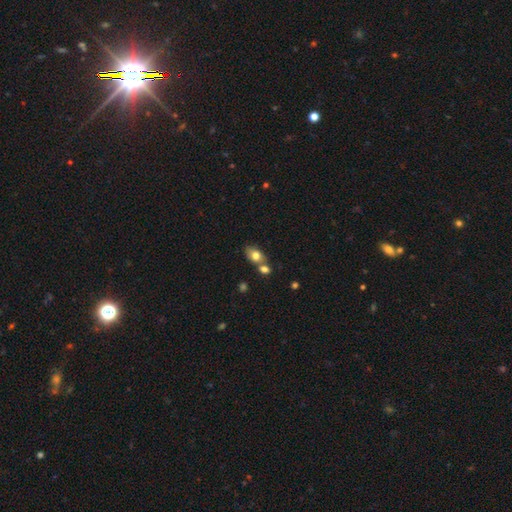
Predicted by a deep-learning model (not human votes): Morphology: type=smooth (77%); roundness=in between (79%); merging=none (50%).